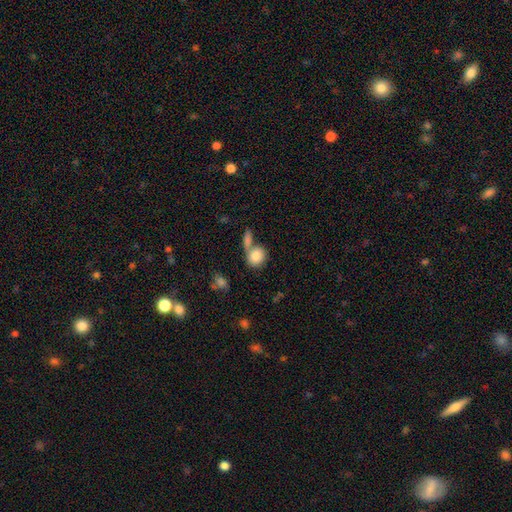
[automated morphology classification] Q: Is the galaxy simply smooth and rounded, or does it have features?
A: smooth — 84%.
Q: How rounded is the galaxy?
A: round — 61%.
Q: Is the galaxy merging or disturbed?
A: none — 46%.